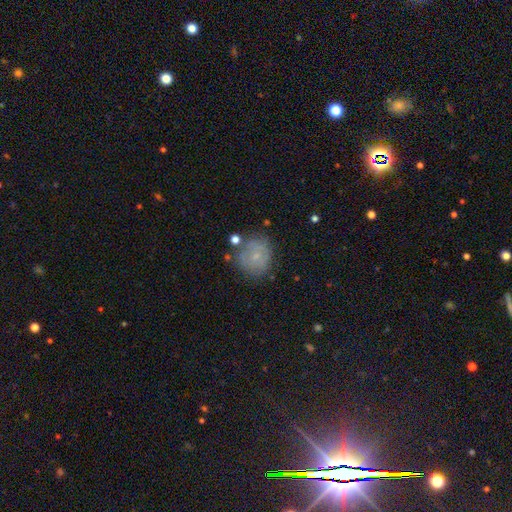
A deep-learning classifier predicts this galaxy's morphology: The model was most divided on "smooth or featured": smooth: 58%, featured or disk: 31%, star or artifact: 12%. More confident: how rounded — round (85%); merging — none (66%).